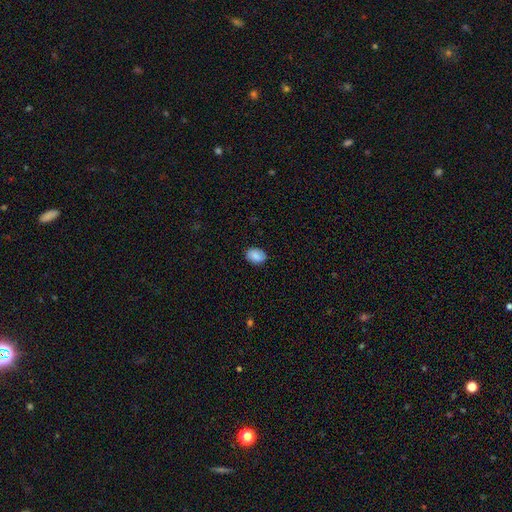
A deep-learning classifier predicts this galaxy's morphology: Q: Smooth or featured?
A: smooth (85%); runner-up: featured or disk (8%)
Q: How rounded?
A: in between (75%); runner-up: round (24%)
Q: Merging?
A: none (85%); runner-up: minor disturbance (12%)